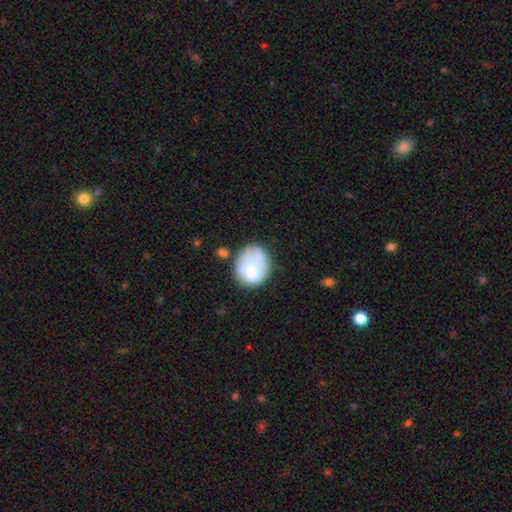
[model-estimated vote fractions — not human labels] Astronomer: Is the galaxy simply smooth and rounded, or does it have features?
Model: smooth — 63%.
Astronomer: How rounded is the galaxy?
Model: round — 59% (runner-up: in between, 40%).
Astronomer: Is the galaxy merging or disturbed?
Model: none — 43% (runner-up: minor disturbance, 26%).